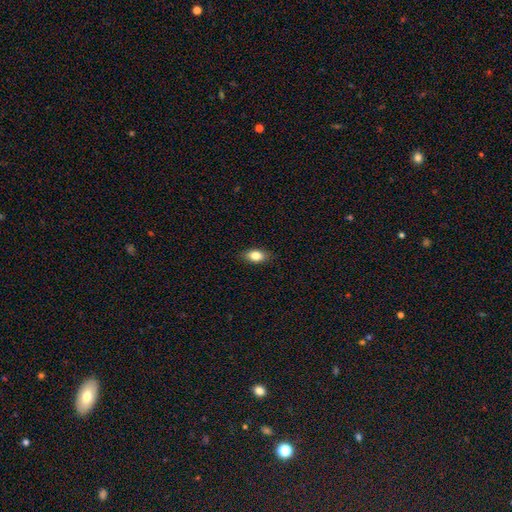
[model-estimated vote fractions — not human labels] A smooth galaxy with no disk features (83%) that is in between round and cigar-shaped (87%). Merging: none (87%).